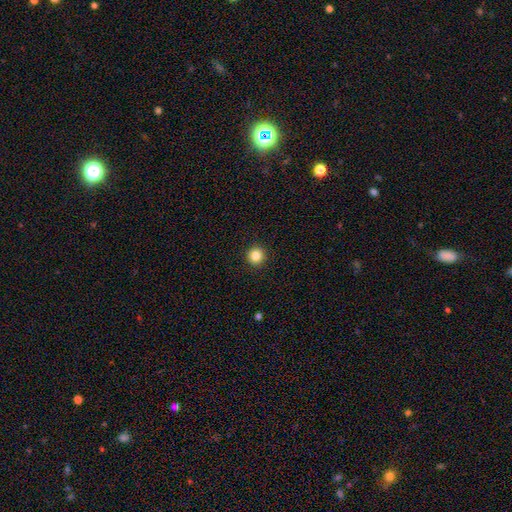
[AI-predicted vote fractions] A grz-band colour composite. It shows a smooth galaxy with no disk features (85%) that is round (94%). Merging: none (93%).